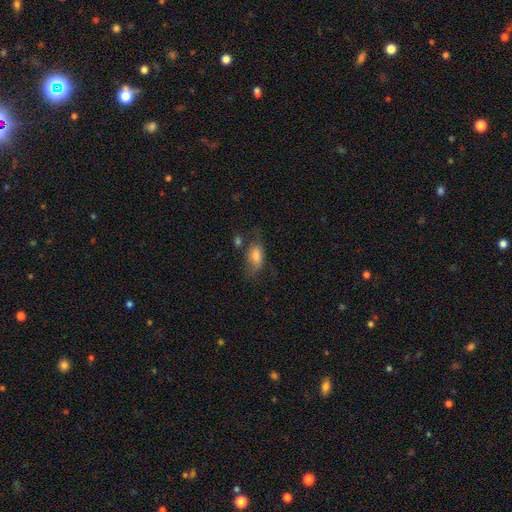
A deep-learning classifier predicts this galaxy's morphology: Q: Smooth or featured?
A: smooth (72%); runner-up: featured or disk (19%)
Q: How rounded?
A: in between (86%); runner-up: round (8%)
Q: Merging?
A: none (48%); runner-up: minor disturbance (28%)